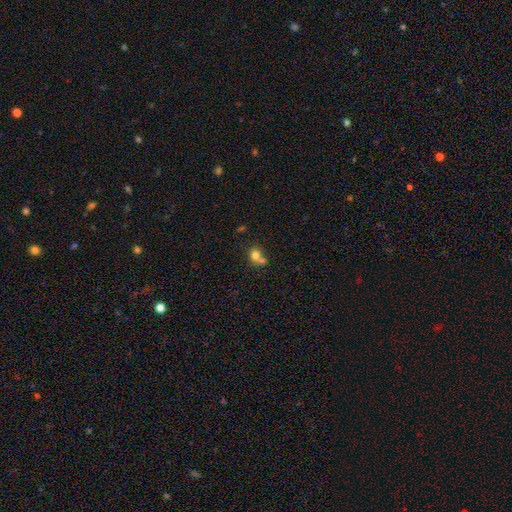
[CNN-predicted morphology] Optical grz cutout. It shows a smooth galaxy with no disk features (73%) that is round (69%). Merging: merger (53%).